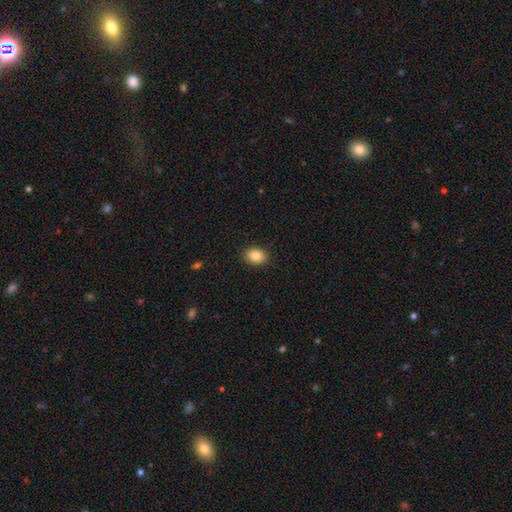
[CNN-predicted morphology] Smooth or featured?
  - smooth: 85% *
  - star or artifact: 9%
  - featured or disk: 7%
How rounded?
  - in between: 65% *
  - round: 34%
  - cigar-shaped: 1%
Merging?
  - none: 89% *
  - minor disturbance: 8%
  - major disturbance: 2%
  - merger: 1%